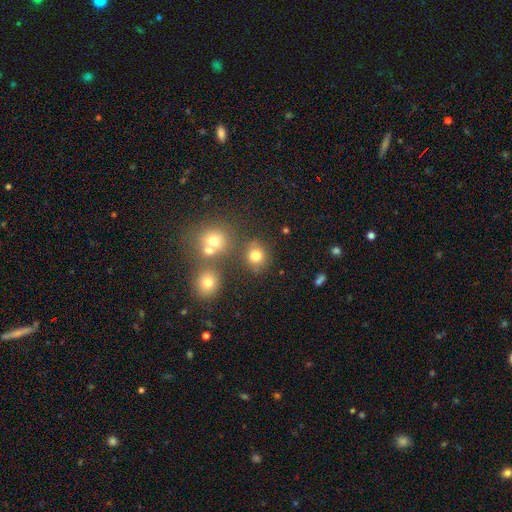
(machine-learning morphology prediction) This is likely a smooth galaxy (75%). How rounded: clearly round (82%). Merging: likely none (72%).